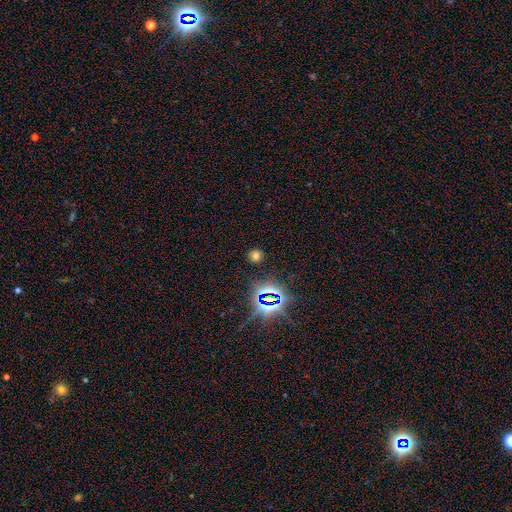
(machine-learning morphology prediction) A smooth galaxy with no disk features (59%) that is round (82%).

Vote fractions:
- Smooth or featured? smooth: 59% / star or artifact: 34% / featured or disk: 8%
- How rounded? round: 82% / in between: 17% / cigar-shaped: 1%
- Merging? none: 86% / minor disturbance: 8% / major disturbance: 3% / merger: 2%